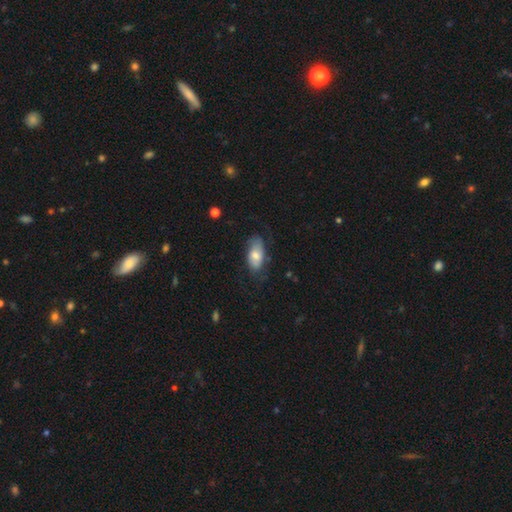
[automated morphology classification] Overall: smooth (65%; featured or disk 28%). How rounded: in between (90%). Merging: none (62%; minor disturbance 26%).